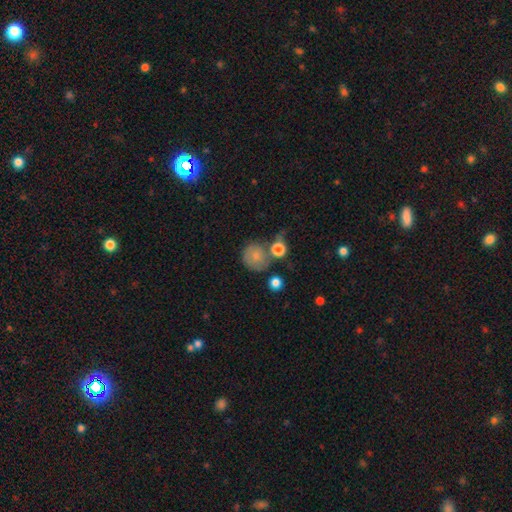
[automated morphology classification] The model was most divided on "merging": none: 52%, merger: 19%, minor disturbance: 19%, major disturbance: 10%. More confident: how rounded — round (87%); smooth or featured — smooth (73%).